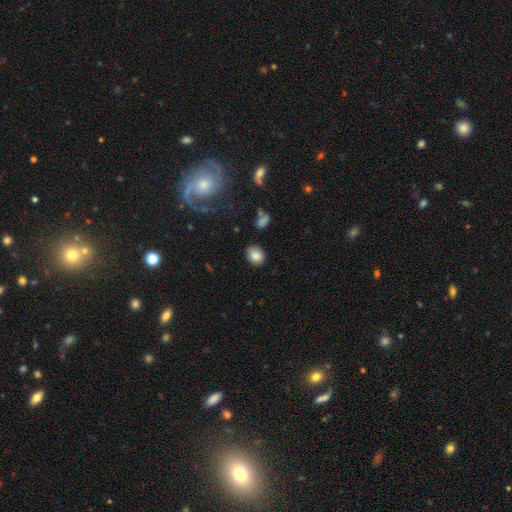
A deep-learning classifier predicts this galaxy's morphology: smooth_or_featured: smooth (p=0.85) [alt: star or artifact p=0.09]
how_rounded: in between (p=0.50) [alt: round p=0.49]
merging: none (p=0.81) [alt: minor disturbance p=0.13]